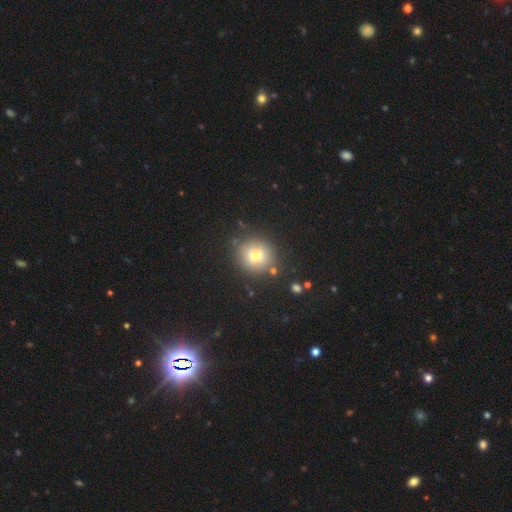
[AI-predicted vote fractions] Overall: smooth (74%). How rounded: round (84%). Merging: none (81%).